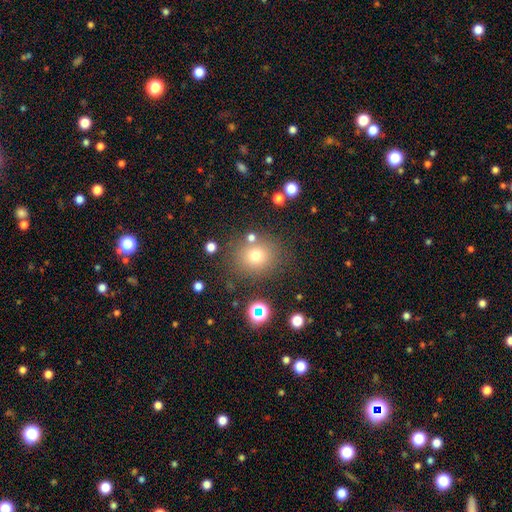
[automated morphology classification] smooth 71%, star or artifact 18%, featured or disk 10%. Down the decision tree: how rounded — round (85%); merging — none (80%).